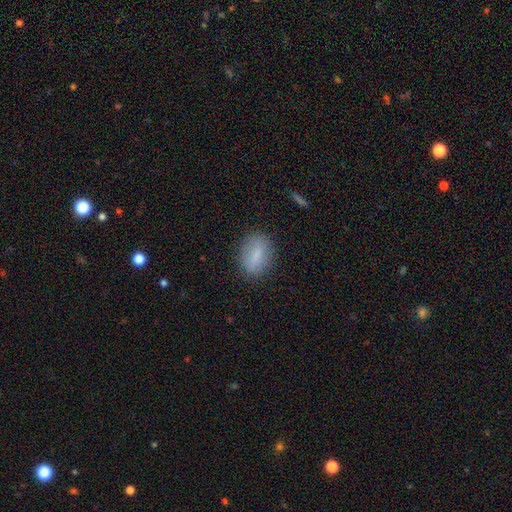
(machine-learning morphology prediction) Overall: smooth (76%). How rounded: in between (78%). Merging: none (81%).